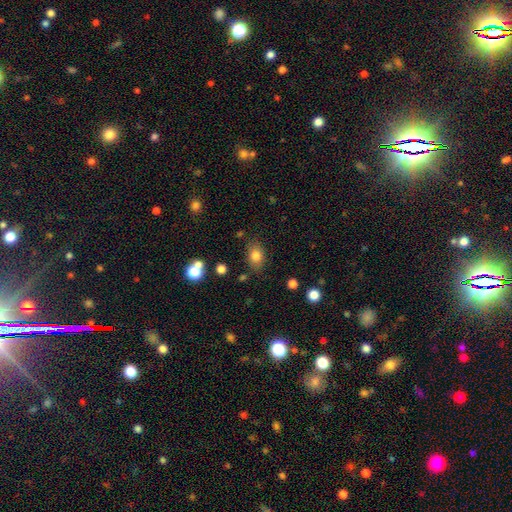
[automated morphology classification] Smooth or featured? Predicted: smooth (p=0.81). How rounded? Predicted: in between (p=0.75). Merging? Predicted: none (p=0.79).